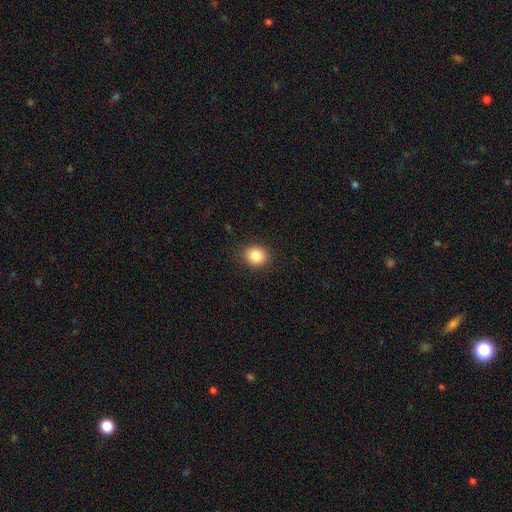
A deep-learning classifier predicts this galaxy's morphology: This appears to be a smooth galaxy with no disk features (85%) that is round (80%). Merging: none (88%).